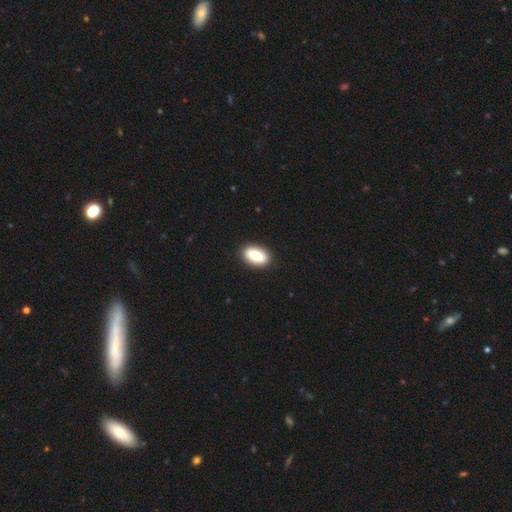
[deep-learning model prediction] A smooth galaxy with no disk features (76%) that is in between round and cigar-shaped (90%).

Vote fractions:
- Smooth or featured? smooth: 76% / featured or disk: 17% / star or artifact: 7%
- How rounded? in between: 90% / round: 8% / cigar-shaped: 2%
- Merging? none: 91% / minor disturbance: 6% / major disturbance: 2% / merger: 1%